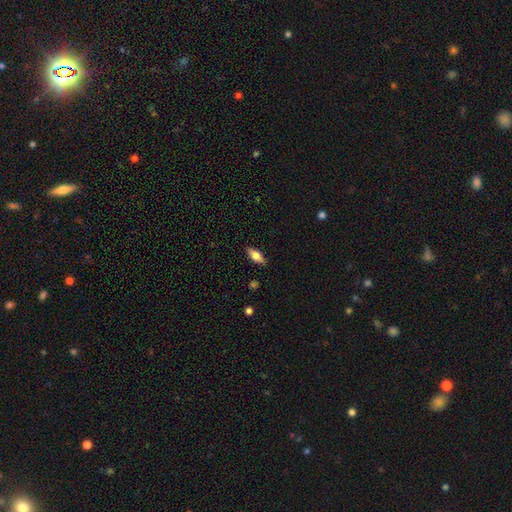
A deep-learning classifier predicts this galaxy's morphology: Q: Smooth or featured?
A: smooth (63%); runner-up: featured or disk (30%)
Q: How rounded?
A: in between (75%); runner-up: cigar-shaped (22%)
Q: Merging?
A: none (87%); runner-up: minor disturbance (10%)